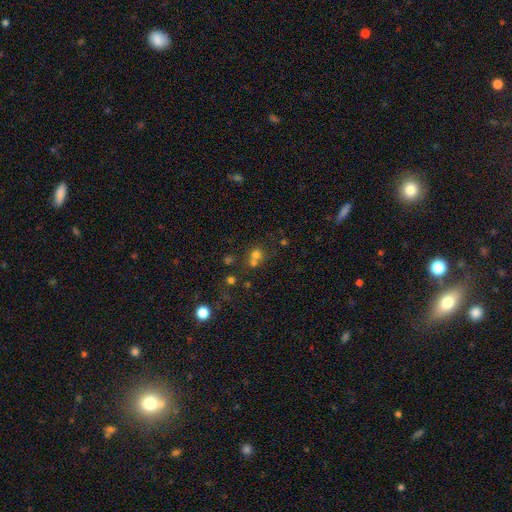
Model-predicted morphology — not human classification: This appears to be a smooth galaxy with no disk features (66%) that is round (82%). Merging: merger (46%).